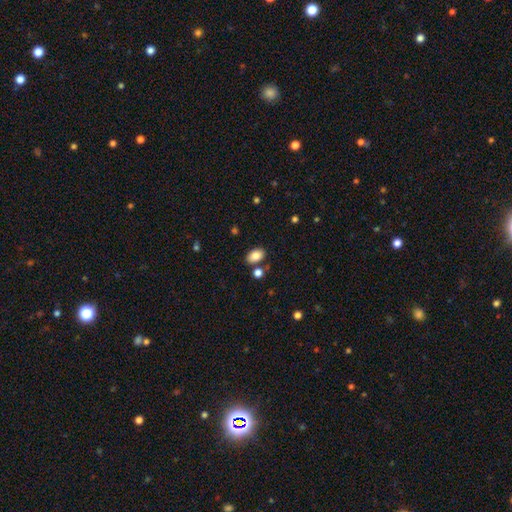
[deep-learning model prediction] Smooth or featured? smooth (84%)
How rounded? in between (88%)
Merging? none (76%)